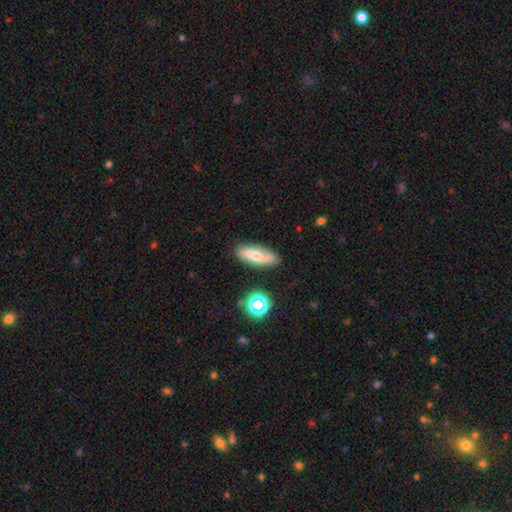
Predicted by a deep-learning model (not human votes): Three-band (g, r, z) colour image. It shows a featured or disk galaxy (47%). Merging: none (78%).